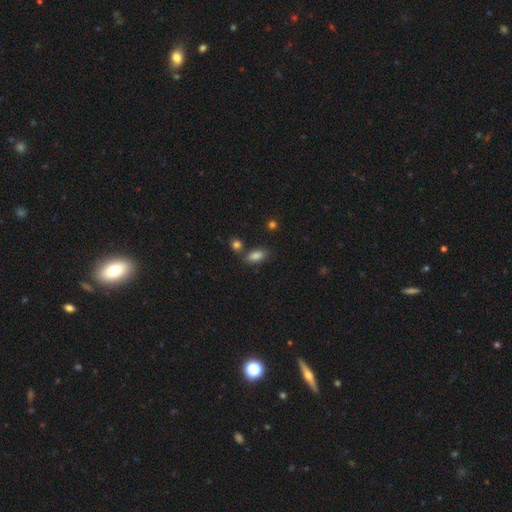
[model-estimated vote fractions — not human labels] The model was most divided on "merging": none: 71%, minor disturbance: 13%, merger: 13%, major disturbance: 4%. More confident: how rounded — in between (89%); smooth or featured — smooth (85%).